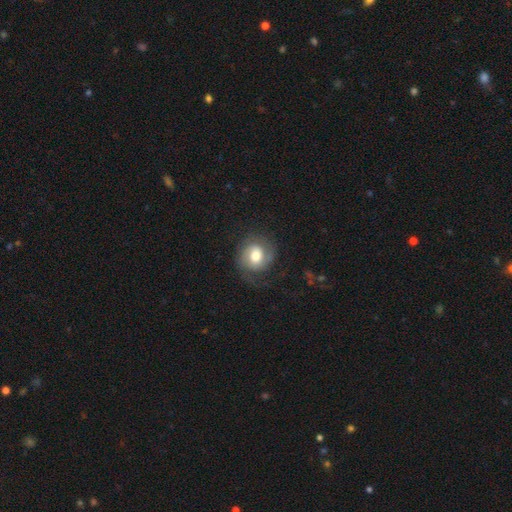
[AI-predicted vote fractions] Overall: featured or disk (52%; smooth 41%). Edge-on disk: no (97%). Bar: no (58%; weak 33%). Spiral arms: yes (85%). Bulge size: moderate (60%; large 27%). Merging: none (64%).